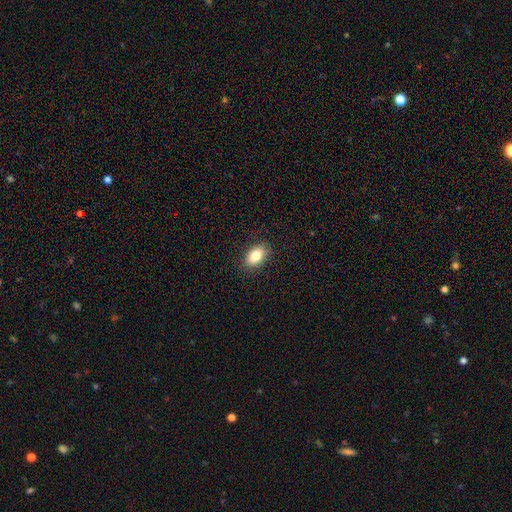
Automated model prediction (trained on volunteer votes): Smooth or featured? Predicted: smooth (p=0.82). How rounded? Predicted: in between (p=0.89). Merging? Predicted: none (p=0.89).